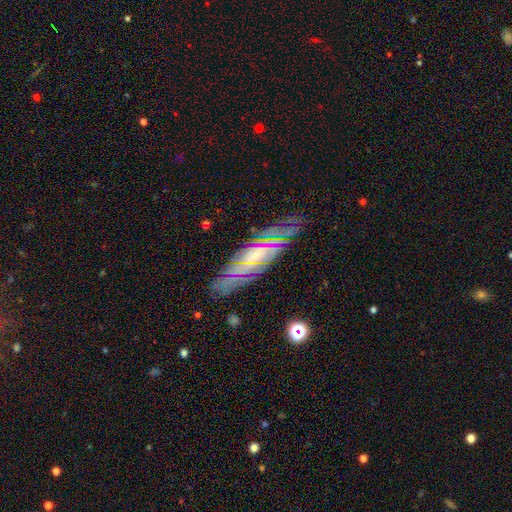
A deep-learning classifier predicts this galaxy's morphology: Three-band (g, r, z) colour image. It shows a featured or disk galaxy (73%). Merging: none (80%).